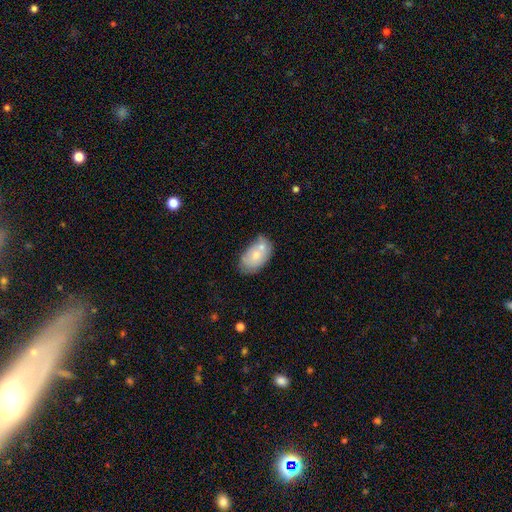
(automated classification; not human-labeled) Overall: smooth (63%; featured or disk 30%). How rounded: in between (90%). Merging: none (38%; merger 33%).